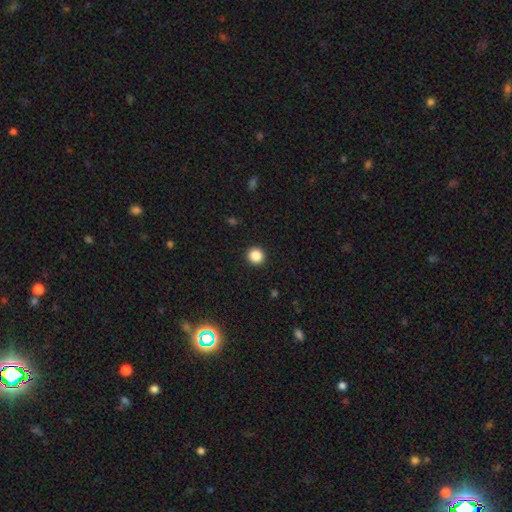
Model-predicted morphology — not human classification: Smooth or featured? smooth (86%)
How rounded? round (94%)
Merging? none (93%)